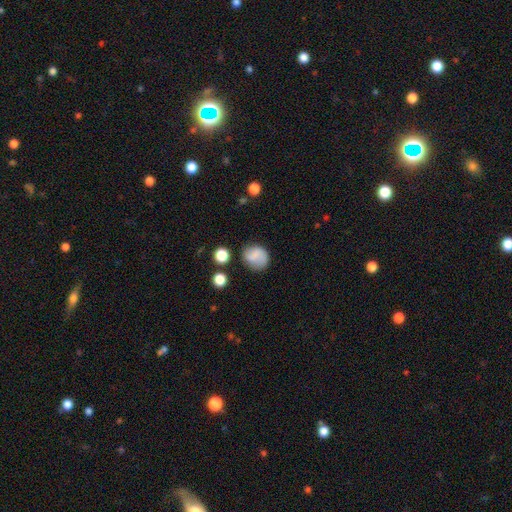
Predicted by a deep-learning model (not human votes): Smooth or featured? Predicted: smooth (p=0.69). How rounded? Predicted: round (p=0.77). Merging? Predicted: none (p=0.71).